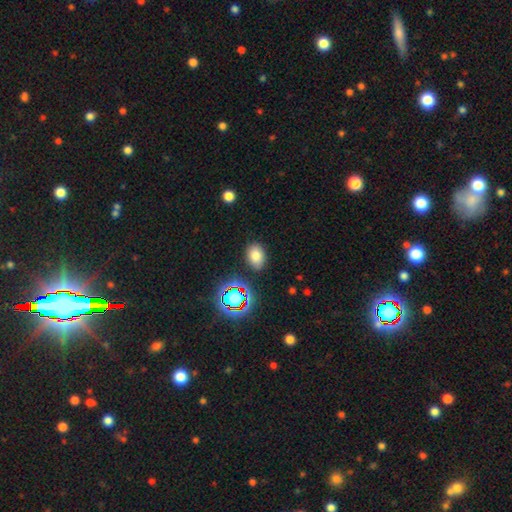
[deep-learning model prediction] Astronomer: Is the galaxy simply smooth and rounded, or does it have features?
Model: smooth — 76%.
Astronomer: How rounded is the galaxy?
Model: in between — 79%.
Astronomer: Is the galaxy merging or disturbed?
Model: none — 84%.